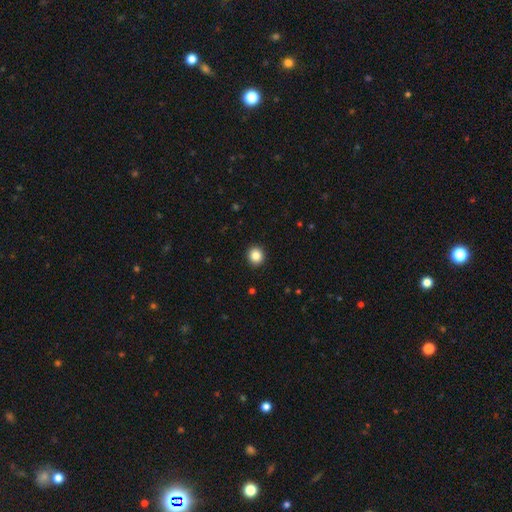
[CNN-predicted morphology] The model was most divided on "smooth or featured": smooth: 85%, star or artifact: 10%, featured or disk: 5%. More confident: merging — none (93%); how rounded — round (91%).